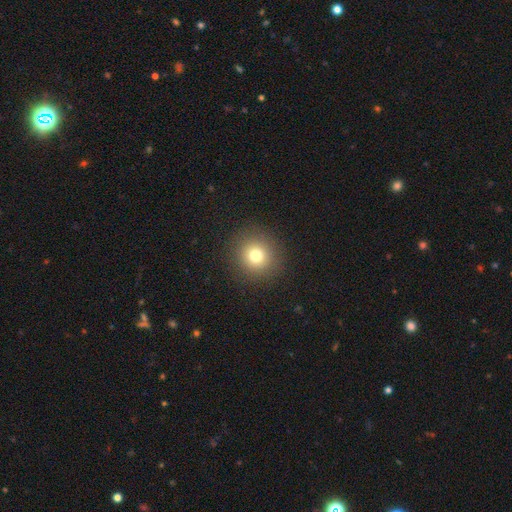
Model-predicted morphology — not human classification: type=smooth (77%); roundness=round (93%); merging=none (91%).